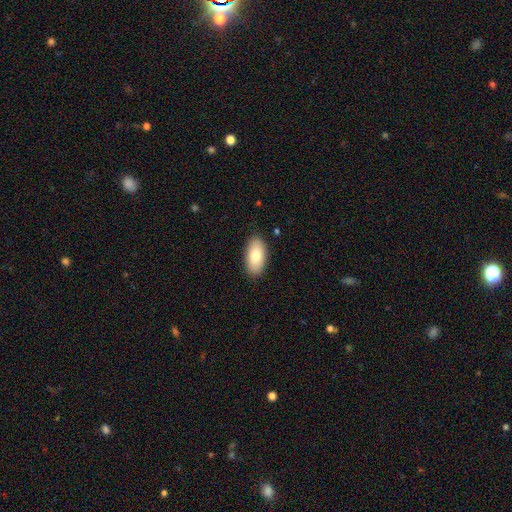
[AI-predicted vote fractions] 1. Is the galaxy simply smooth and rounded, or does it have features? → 80% smooth, 13% featured or disk, 7% star or artifact.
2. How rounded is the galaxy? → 94% in between, 3% cigar-shaped, 3% round.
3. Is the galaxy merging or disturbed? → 88% none, 9% minor disturbance, 2% major disturbance, 1% merger.